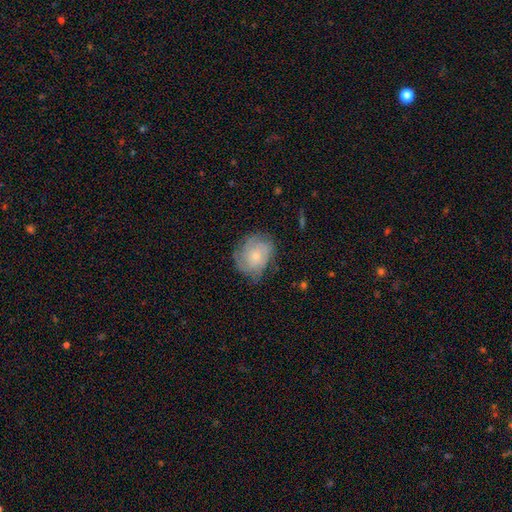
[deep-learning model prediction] A featured or disk galaxy (49%).

Vote fractions:
- Smooth or featured? featured or disk: 49% / smooth: 43% / star or artifact: 8%
- Merging? none: 62% / minor disturbance: 27% / major disturbance: 9% / merger: 1%